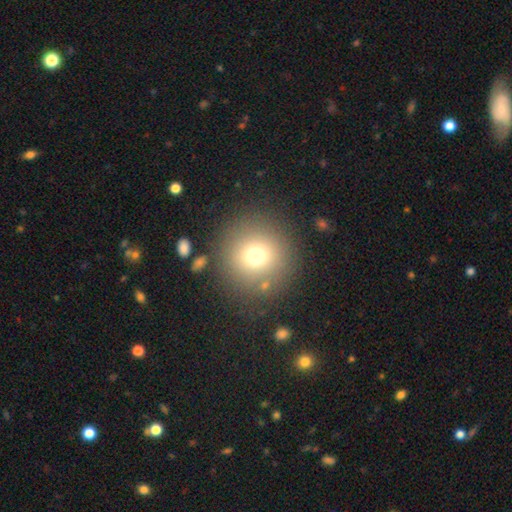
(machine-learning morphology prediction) A smooth galaxy with no disk features (73%) that is round (95%). Merging: none (84%).